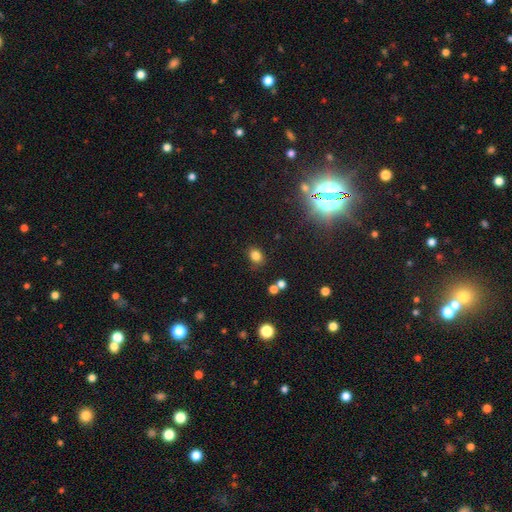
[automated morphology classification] Smooth or featured?
  - smooth: 80% *
  - star or artifact: 14%
  - featured or disk: 6%
How rounded?
  - in between: 50% *
  - round: 49%
  - cigar-shaped: 1%
Merging?
  - none: 79% *
  - minor disturbance: 13%
  - merger: 4%
  - major disturbance: 4%